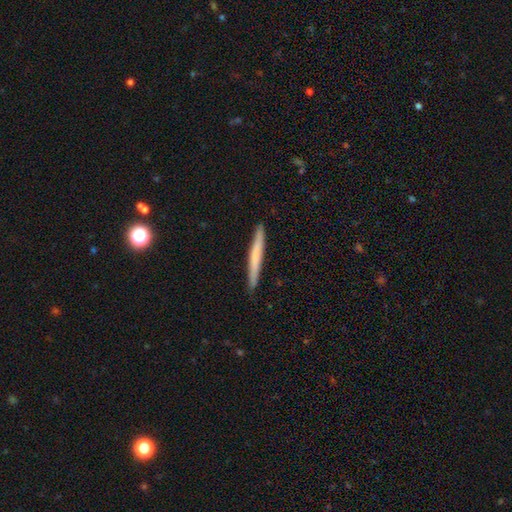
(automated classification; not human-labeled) Smooth or featured?
  - smooth: 60% *
  - featured or disk: 34%
  - star or artifact: 5%
How rounded?
  - cigar-shaped: 97% *
  - in between: 2%
  - round: 1%
Merging?
  - none: 91% *
  - minor disturbance: 7%
  - major disturbance: 1%
  - merger: 1%